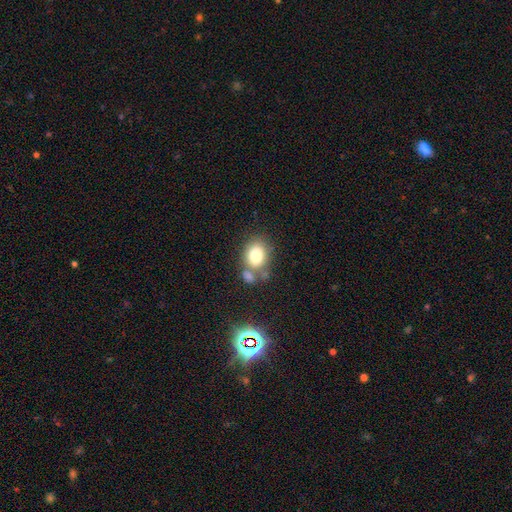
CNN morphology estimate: The model was most divided on "how rounded": in between: 58%, round: 41%, cigar-shaped: 1%. More confident: smooth or featured — smooth (80%); merging — none (53%).